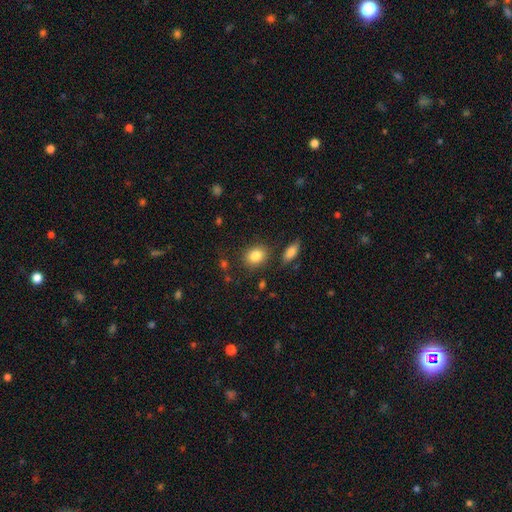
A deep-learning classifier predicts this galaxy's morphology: smooth-or-featured: smooth: 84% | star or artifact: 9% | featured or disk: 7%
  how-rounded: in between: 52% | round: 47% | cigar-shaped: 1%
  merging: none: 81% | minor disturbance: 11% | merger: 5% | major disturbance: 3%